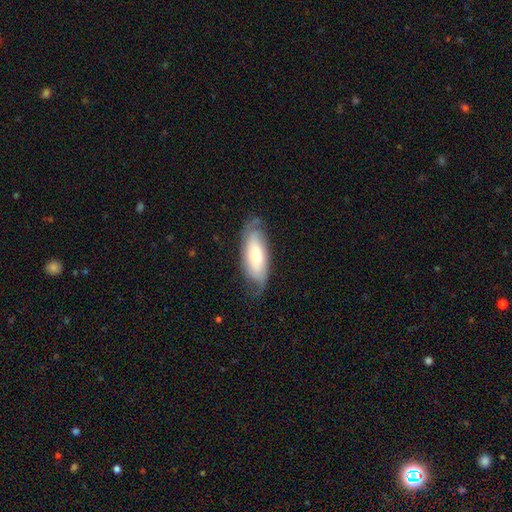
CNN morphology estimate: Smooth or featured?
  - featured or disk: 51% *
  - smooth: 43%
  - star or artifact: 6%
Edge-on disk?
  - no: 81% *
  - yes: 19%
Merging?
  - none: 66% *
  - minor disturbance: 24%
  - major disturbance: 9%
  - merger: 1%